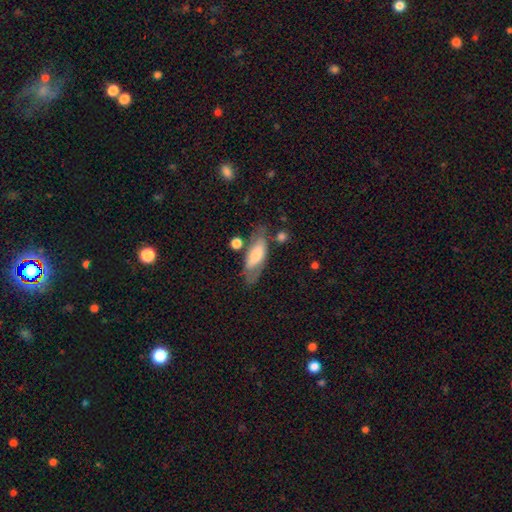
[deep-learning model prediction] smooth_or_featured: smooth (p=0.57) [alt: featured or disk p=0.37]
how_rounded: in between (p=0.67) [alt: cigar-shaped p=0.30]
merging: none (p=0.60) [alt: minor disturbance p=0.22]